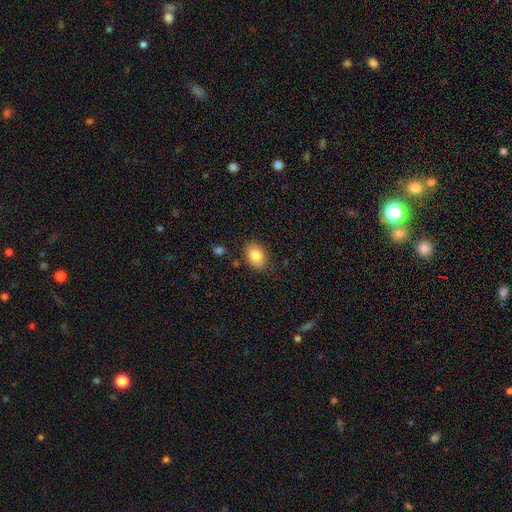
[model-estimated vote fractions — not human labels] A smooth galaxy with no disk features (82%) that is in between round and cigar-shaped (74%).

Vote fractions:
- Smooth or featured? smooth: 82% / featured or disk: 10% / star or artifact: 8%
- How rounded? in between: 74% / round: 25% / cigar-shaped: 1%
- Merging? none: 81% / minor disturbance: 14% / major disturbance: 3% / merger: 3%